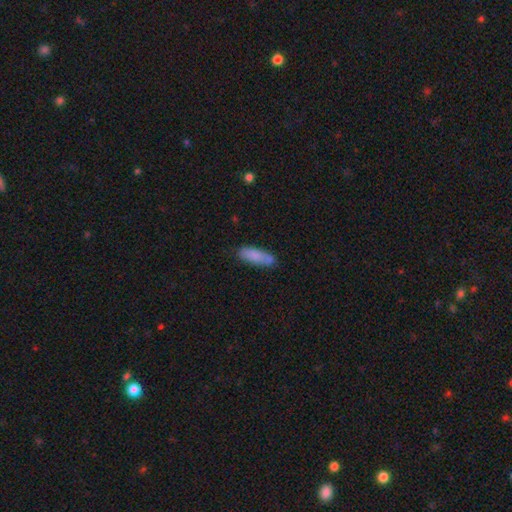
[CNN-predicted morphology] smooth-or-featured: smooth: 82% | featured or disk: 11% | star or artifact: 6%
  how-rounded: in between: 54% | cigar-shaped: 44% | round: 2%
  merging: none: 68% | minor disturbance: 20% | merger: 8% | major disturbance: 4%